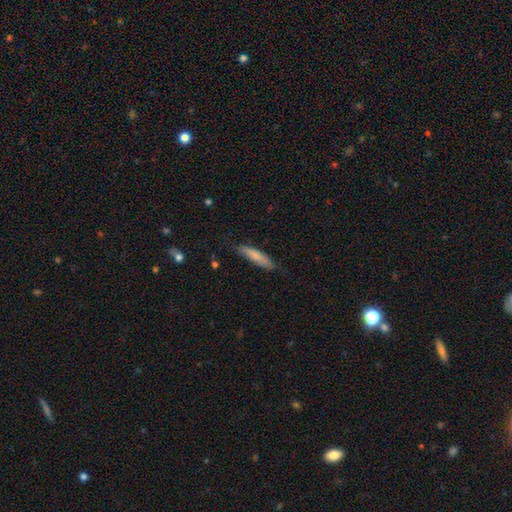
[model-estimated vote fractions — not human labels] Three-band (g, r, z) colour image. It shows a smooth galaxy with no disk features (77%) that is cigar-shaped (85%). Merging: none (83%).